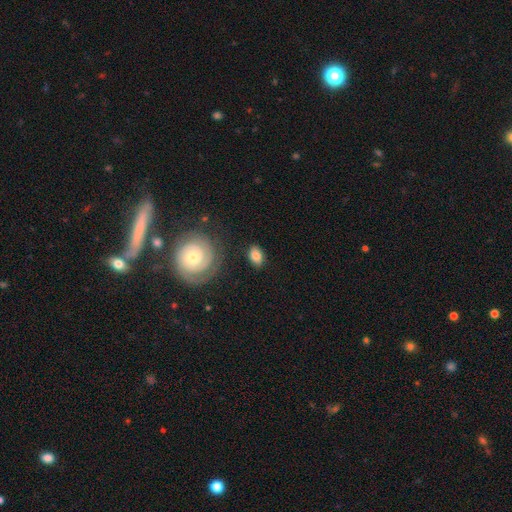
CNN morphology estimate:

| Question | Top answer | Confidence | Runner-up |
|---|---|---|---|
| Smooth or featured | smooth | 74% | featured or disk (19%) |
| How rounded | in between | 80% | round (18%) |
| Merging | none | 80% | minor disturbance (13%) |